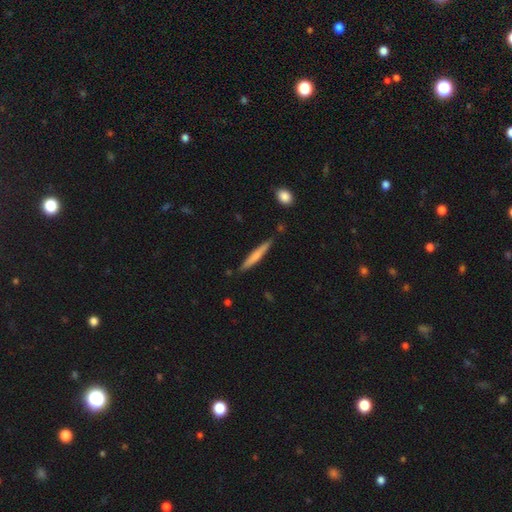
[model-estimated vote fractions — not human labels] Q: Smooth or featured?
A: smooth (64%); runner-up: featured or disk (31%)
Q: How rounded?
A: cigar-shaped (95%); runner-up: in between (4%)
Q: Merging?
A: none (85%); runner-up: minor disturbance (11%)